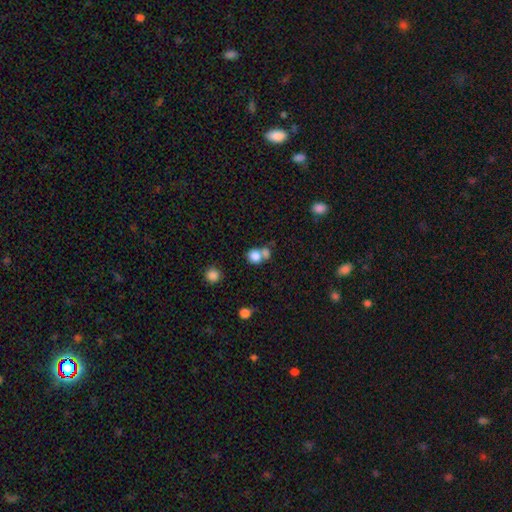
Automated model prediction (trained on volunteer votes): Smooth or featured? Predicted: smooth (p=0.80). How rounded? Predicted: round (p=0.72). Merging? Predicted: merger (p=0.49).